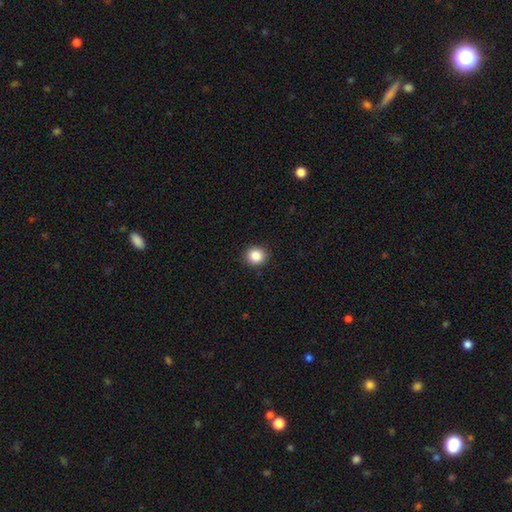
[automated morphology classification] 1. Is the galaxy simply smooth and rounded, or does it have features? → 87% smooth, 10% star or artifact, 4% featured or disk.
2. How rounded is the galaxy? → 88% round, 11% in between, 1% cigar-shaped.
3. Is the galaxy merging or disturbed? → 92% none, 6% minor disturbance, 2% major disturbance, 1% merger.